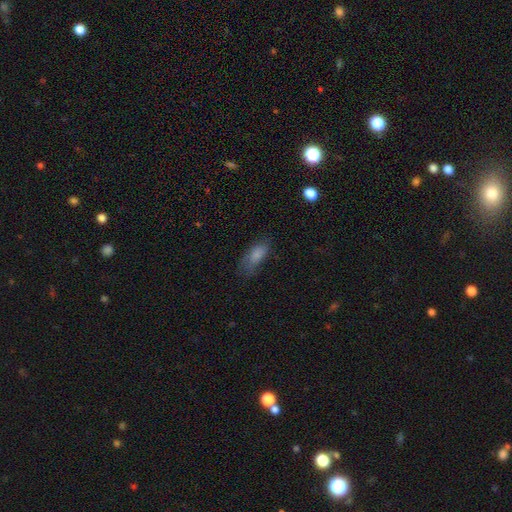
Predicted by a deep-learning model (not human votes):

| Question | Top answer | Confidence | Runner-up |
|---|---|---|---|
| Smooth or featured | smooth | 73% | featured or disk (15%) |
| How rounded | in between | 76% | cigar-shaped (20%) |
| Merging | none | 65% | minor disturbance (24%) |